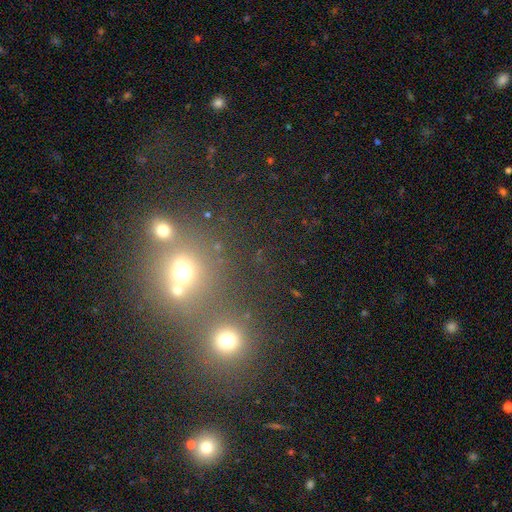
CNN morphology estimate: type=smooth (48%); merging=none (47%).